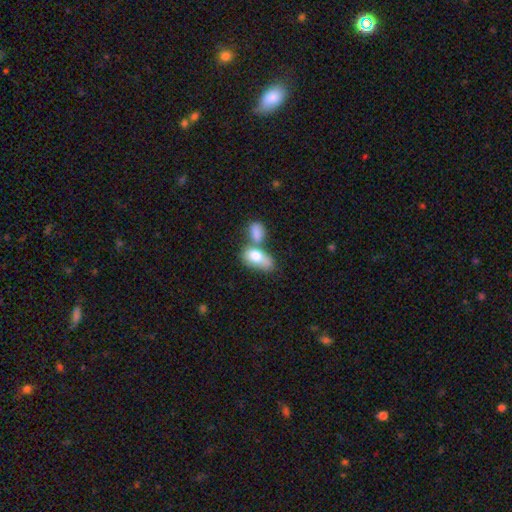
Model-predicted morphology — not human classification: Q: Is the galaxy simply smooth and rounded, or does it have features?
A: smooth — 76%.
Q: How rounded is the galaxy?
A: in between — 90%.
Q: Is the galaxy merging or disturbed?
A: merger — 58%.